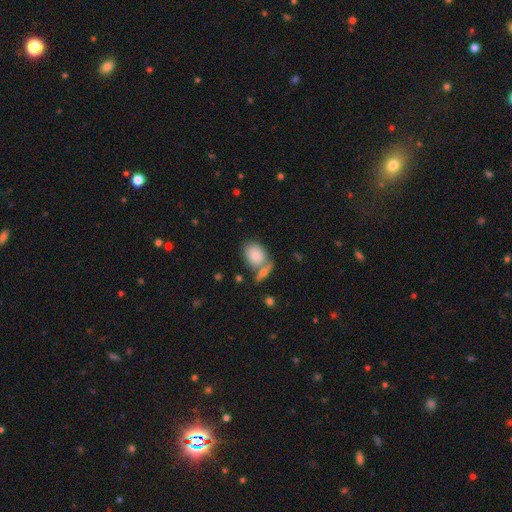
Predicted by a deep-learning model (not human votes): Morphology: type=smooth (84%); roundness=in between (69%); merging=none (54%).